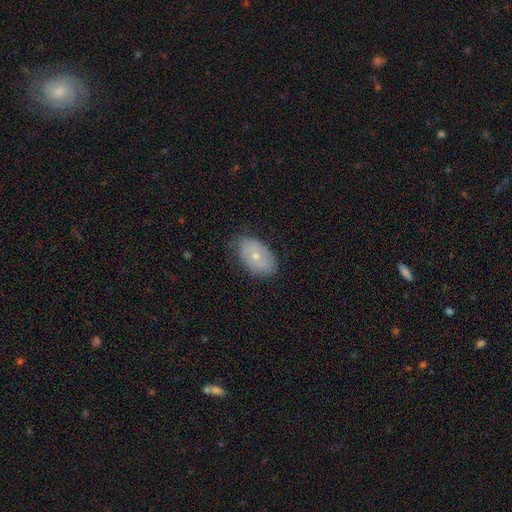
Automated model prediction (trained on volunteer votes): A smooth galaxy with no disk features (54%) that is in between round and cigar-shaped (89%). Merging: none (73%).